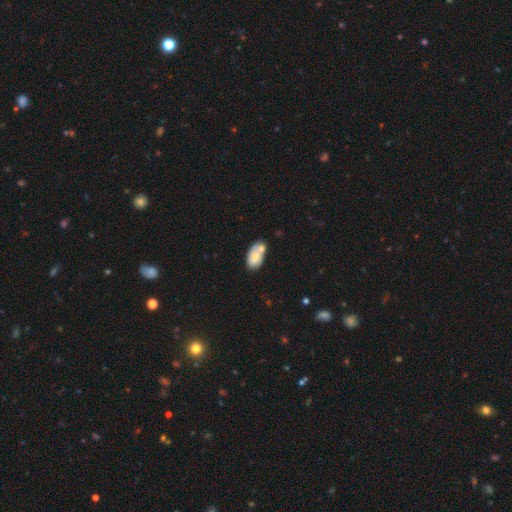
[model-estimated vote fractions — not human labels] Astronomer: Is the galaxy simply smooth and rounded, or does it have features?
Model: smooth — 69%.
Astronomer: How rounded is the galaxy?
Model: in between — 93%.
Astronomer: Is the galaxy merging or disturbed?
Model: merger — 40% (runner-up: none, 36%).